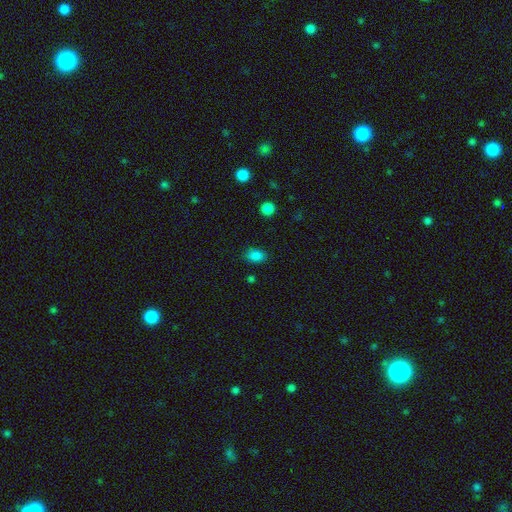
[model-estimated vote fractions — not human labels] Smooth or featured: smooth — 84% (star or artifact — 12%)
How rounded: in between — 74% (round — 24%)
Merging: none — 84% (minor disturbance — 11%)